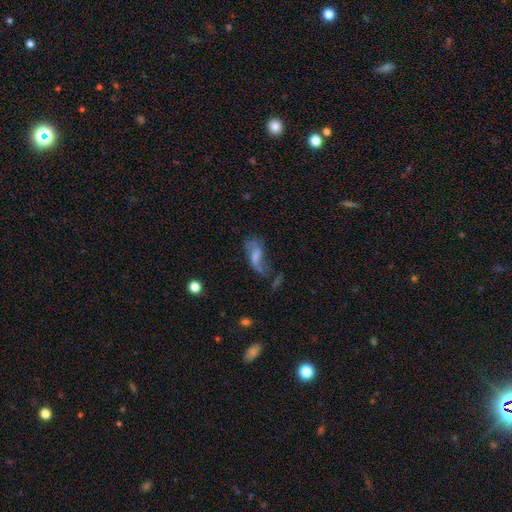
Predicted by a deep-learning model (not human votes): Q: Smooth or featured?
A: featured or disk (53%); runner-up: smooth (34%)
Q: Edge-on disk?
A: no (92%); runner-up: yes (8%)
Q: Merging?
A: major disturbance (39%); runner-up: none (31%)